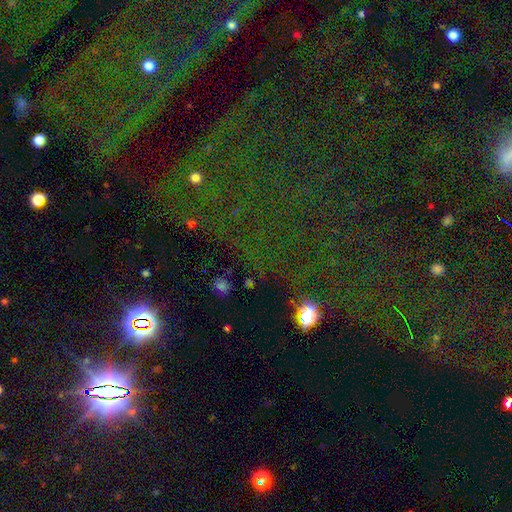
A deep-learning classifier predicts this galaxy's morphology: This is likely a star or artifact rather than a galaxy (78%).